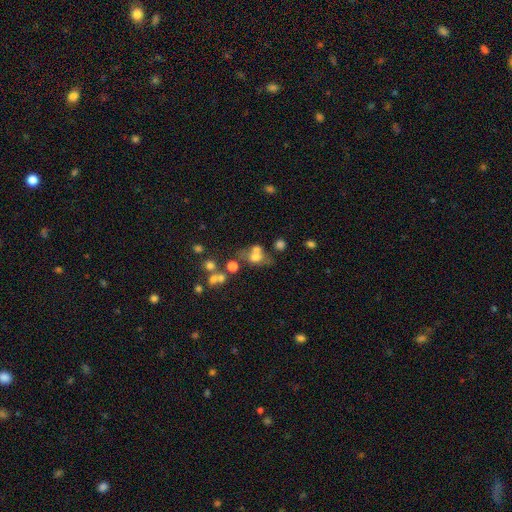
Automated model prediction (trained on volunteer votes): Morphology: type=smooth (60%); roundness=round (59%); merging=merger (44%).